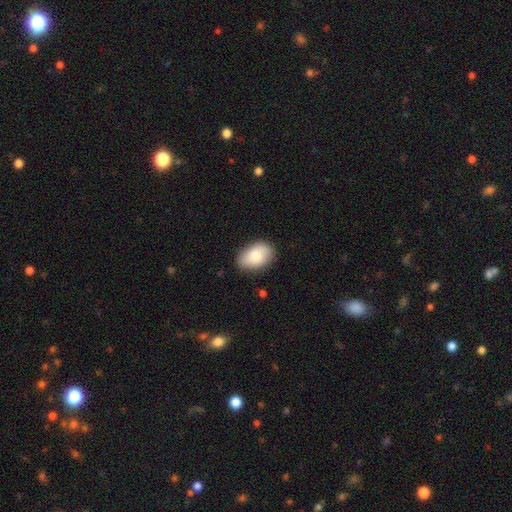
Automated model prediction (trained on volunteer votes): Smooth or featured: smooth — 80% (featured or disk — 14%)
How rounded: in between — 88% (round — 11%)
Merging: none — 82% (minor disturbance — 14%)